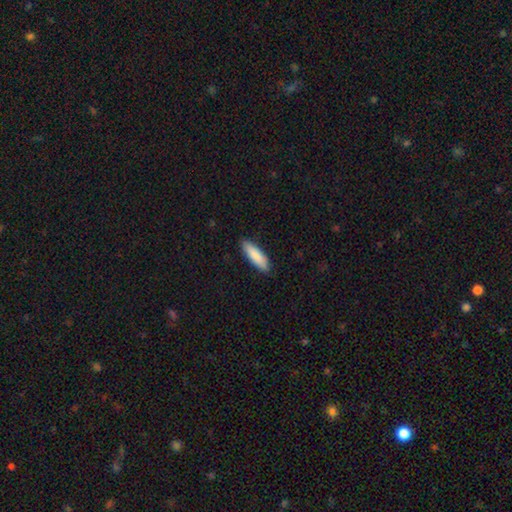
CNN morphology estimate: smooth-or-featured: smooth: 87% | featured or disk: 8% | star or artifact: 5%
  how-rounded: cigar-shaped: 56% | in between: 42% | round: 1%
  merging: none: 88% | minor disturbance: 9% | major disturbance: 2% | merger: 1%